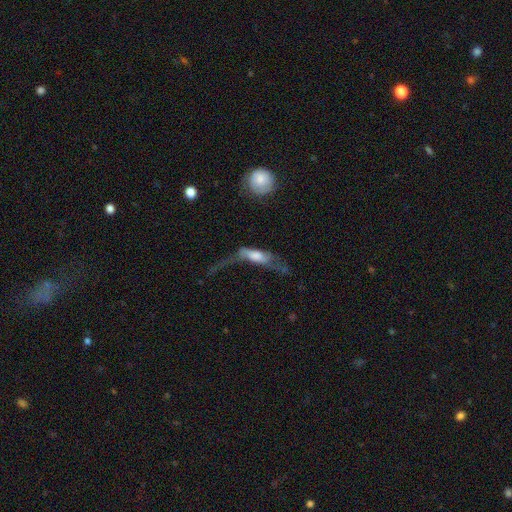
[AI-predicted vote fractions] Q: Smooth or featured?
A: smooth (51%); runner-up: featured or disk (40%)
Q: How rounded?
A: in between (58%); runner-up: cigar-shaped (38%)
Q: Merging?
A: major disturbance (56%); runner-up: none (18%)